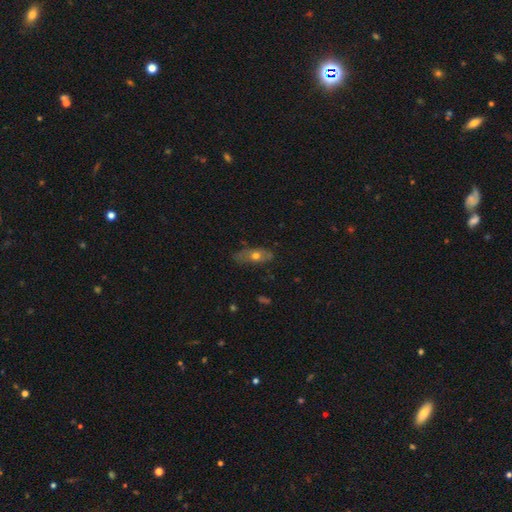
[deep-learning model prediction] smooth_or_featured: smooth (p=0.54) [alt: featured or disk p=0.38]
how_rounded: in between (p=0.71) [alt: cigar-shaped p=0.20]
merging: none (p=0.66) [alt: minor disturbance p=0.25]